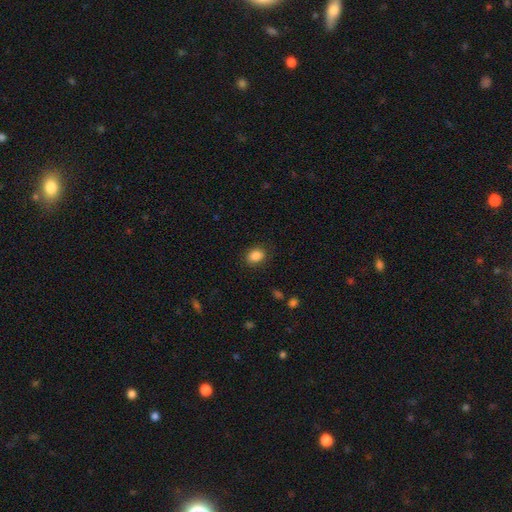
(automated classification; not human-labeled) A smooth galaxy with no disk features (87%) that is in between round and cigar-shaped (64%). Merging: none (85%).